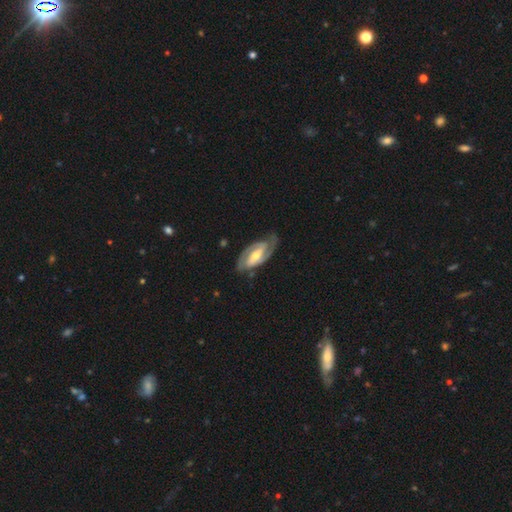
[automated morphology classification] The model was most divided on "spiral winding": tight: 48%, medium: 43%, loose: 9%. Remaining: spiral arms — yes (97%); edge-on disk — no (95%); spiral arm count — 2 (90%); smooth or featured — featured or disk (89%); merging — none (78%); bulge size — moderate (54%); bar — strong (47%).